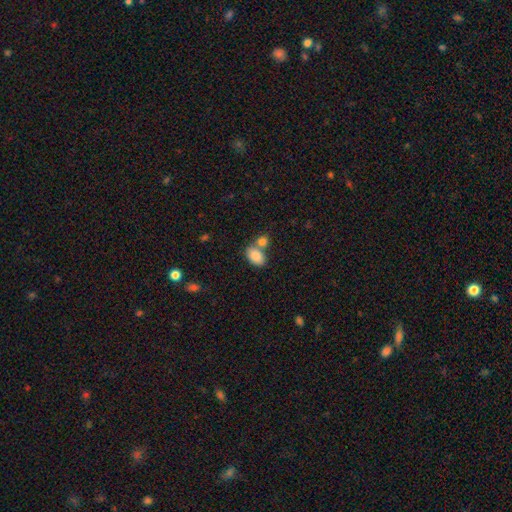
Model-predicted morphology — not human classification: This appears to be a smooth galaxy with no disk features (85%) that is in between round and cigar-shaped (88%). Merging: none (47%).